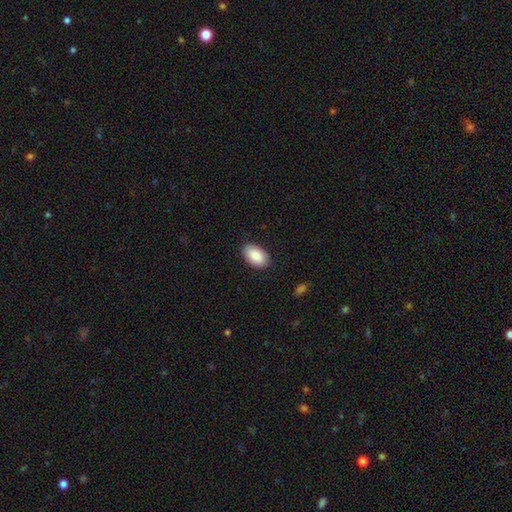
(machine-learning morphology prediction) type=smooth (89%); roundness=in between (94%); merging=none (88%).